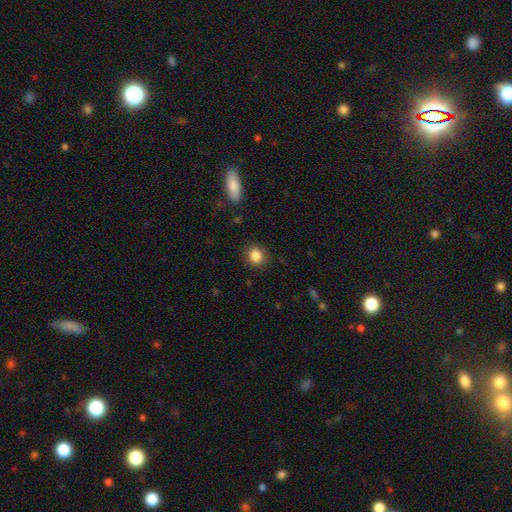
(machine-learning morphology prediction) A smooth galaxy with no disk features (86%) that is round (73%).

Vote fractions:
- Smooth or featured? smooth: 86% / star or artifact: 9% / featured or disk: 5%
- How rounded? round: 73% / in between: 26% / cigar-shaped: 1%
- Merging? none: 87% / minor disturbance: 9% / major disturbance: 3% / merger: 1%